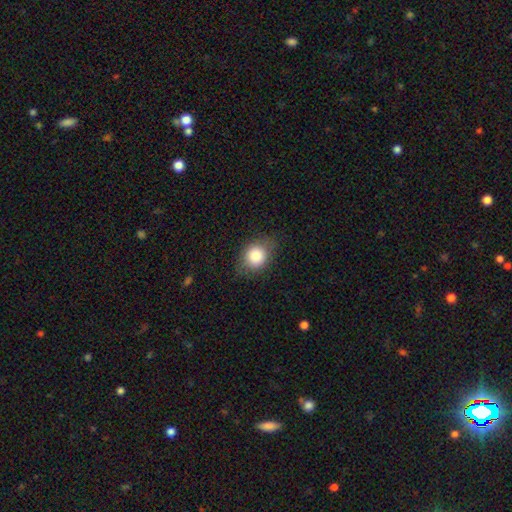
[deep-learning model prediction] This is clearly a smooth galaxy (83%). How rounded: possibly round (56%). Merging: likely none (76%).